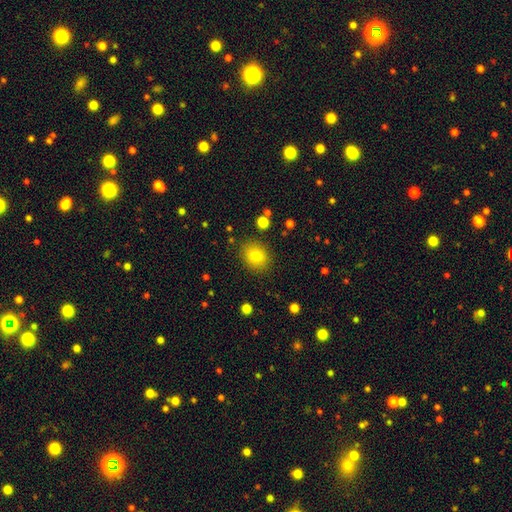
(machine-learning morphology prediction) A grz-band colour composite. It shows a smooth galaxy with no disk features (80%) that is round (62%). Merging: none (87%).